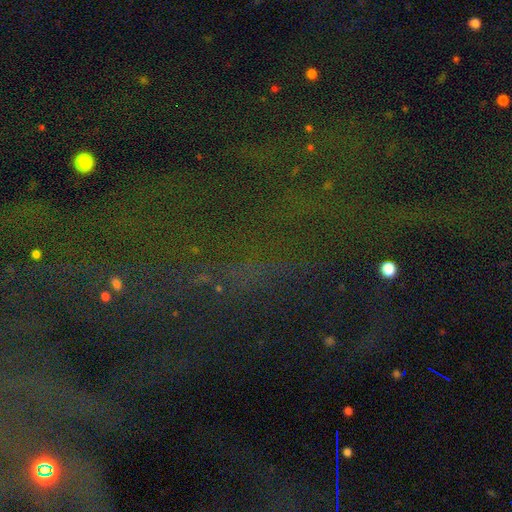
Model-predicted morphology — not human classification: type=star or artifact (78%).